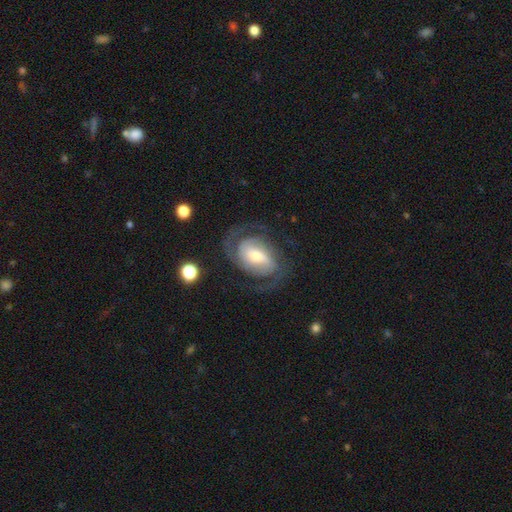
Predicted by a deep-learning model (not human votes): Q: Smooth or featured?
A: featured or disk (85%); runner-up: smooth (9%)
Q: Edge-on disk?
A: no (97%); runner-up: yes (3%)
Q: Bar?
A: weak (43%); runner-up: no (34%)
Q: Spiral arms?
A: yes (96%); runner-up: no (4%)
Q: Spiral winding?
A: medium (46%); runner-up: tight (41%)
Q: Spiral arm count?
A: 2 (83%); runner-up: can't tell (6%)
Q: Bulge size?
A: moderate (47%); runner-up: small (33%)
Q: Merging?
A: none (73%); runner-up: minor disturbance (14%)